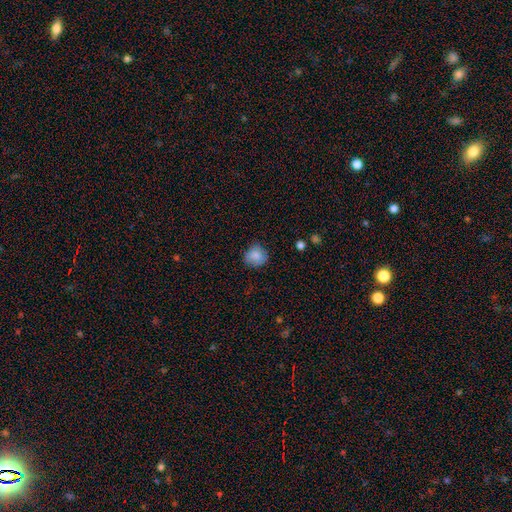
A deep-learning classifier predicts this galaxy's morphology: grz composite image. It shows a smooth galaxy with no disk features (83%) that is round (81%). Merging: none (74%).